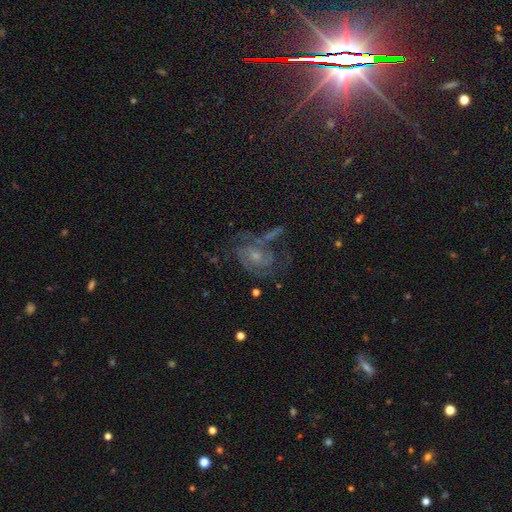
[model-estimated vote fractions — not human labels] Smooth or featured? featured or disk (76%)
Edge-on disk? no (97%)
Bar? no (62%)
Spiral arms? yes (92%)
Spiral winding? medium (45%)
Spiral arm count? 2 (51%)
Bulge size? small (55%)
Merging? none (50%)